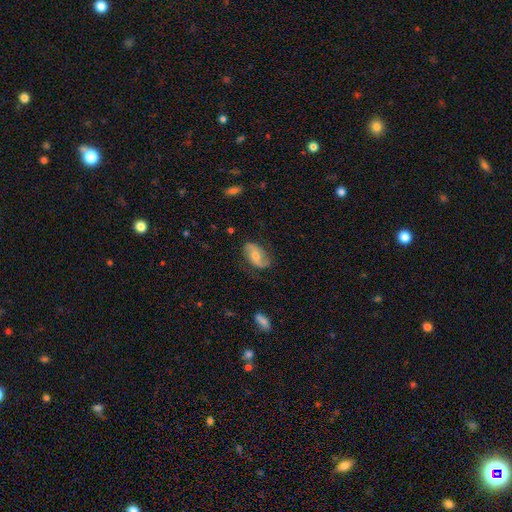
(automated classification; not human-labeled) Smooth or featured? Predicted: featured or disk (p=0.67). Edge-on disk? Predicted: no (p=0.96). Bar? Predicted: no (p=0.48). Spiral arms? Predicted: yes (p=0.90). Spiral winding? Predicted: loose (p=0.54). Spiral arm count? Predicted: 2 (p=0.89). Bulge size? Predicted: moderate (p=0.57). Merging? Predicted: none (p=0.76).